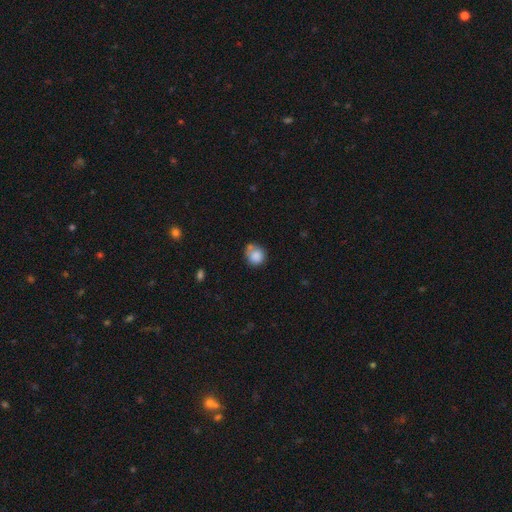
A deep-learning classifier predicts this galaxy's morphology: Smooth or featured: smooth — 84% (star or artifact — 9%)
How rounded: round — 86% (in between — 13%)
Merging: none — 55% (merger — 20%)